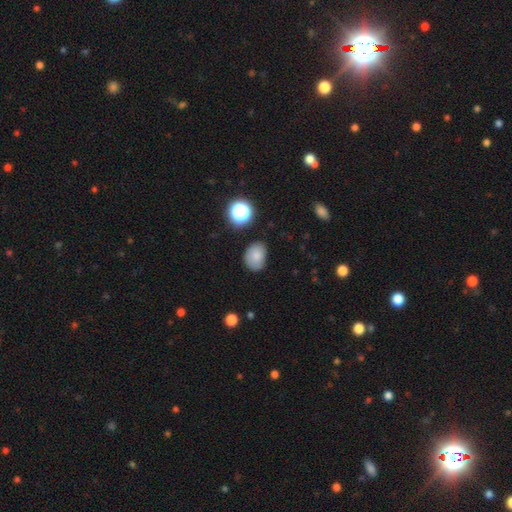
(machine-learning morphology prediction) Overall: smooth (79%). How rounded: in between (69%; round 30%). Merging: none (69%).